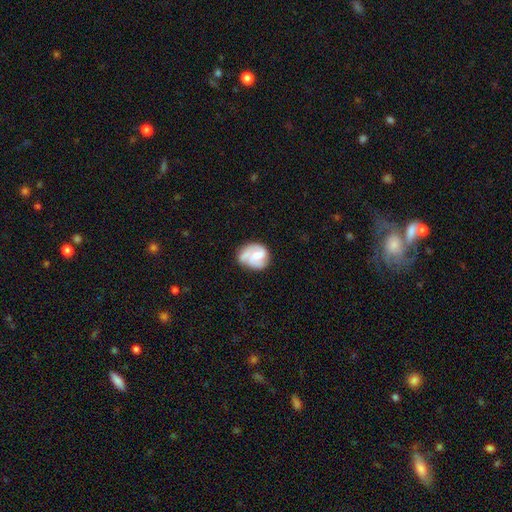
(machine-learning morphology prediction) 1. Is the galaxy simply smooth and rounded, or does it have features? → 61% featured or disk, 33% smooth, 7% star or artifact.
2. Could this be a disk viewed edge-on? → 98% no, 2% yes.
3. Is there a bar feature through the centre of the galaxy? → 51% no, 40% weak, 10% strong.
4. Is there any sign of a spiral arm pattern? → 82% yes, 18% no.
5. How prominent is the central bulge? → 45% moderate, 27% small, 16% none, 10% large, 2% dominant.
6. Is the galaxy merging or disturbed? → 47% none, 30% minor disturbance, 18% major disturbance, 6% merger.